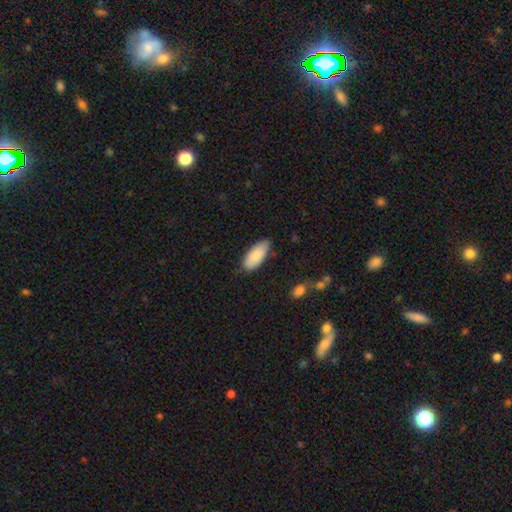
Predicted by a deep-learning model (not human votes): The model was most divided on "merging": none: 76%, minor disturbance: 20%, major disturbance: 3%, merger: 2%. More confident: how rounded — in between (88%); smooth or featured — smooth (84%).